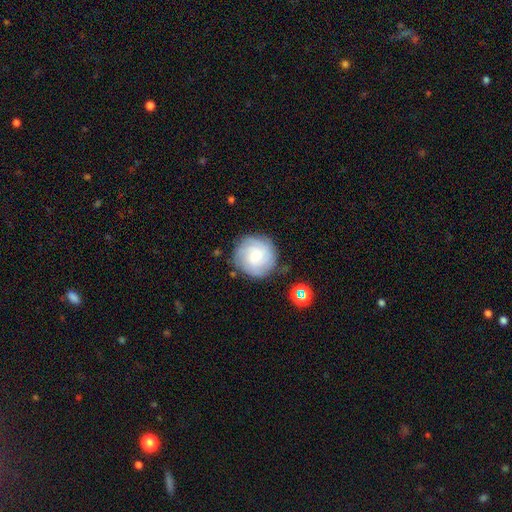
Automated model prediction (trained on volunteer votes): smooth 48%, featured or disk 44%, star or artifact 9%. Down the decision tree: merging — none (80%).